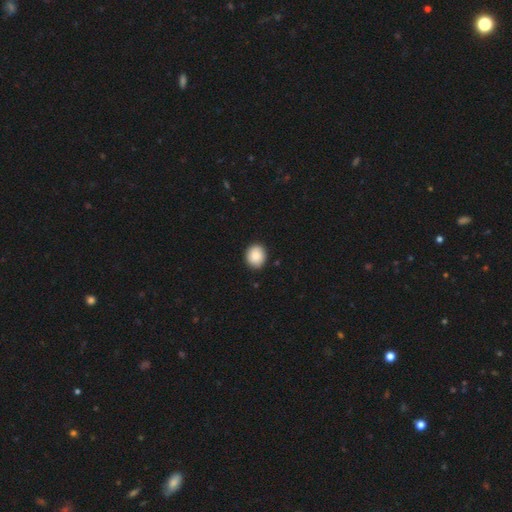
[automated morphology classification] Smooth or featured? smooth (88%)
How rounded? round (68%)
Merging? none (90%)